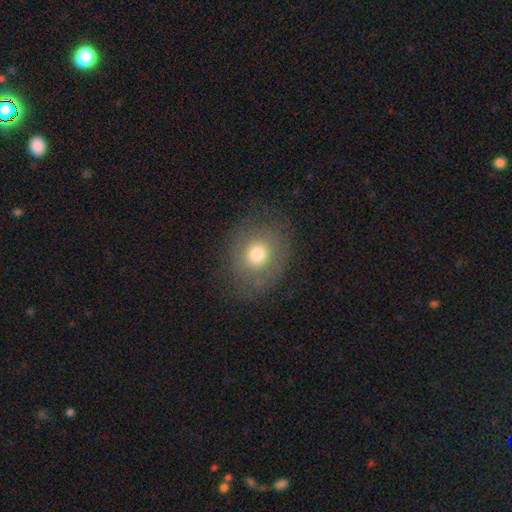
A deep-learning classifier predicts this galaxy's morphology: This appears to be a smooth galaxy with no disk features (67%) that is round (65%). Merging: none (77%).